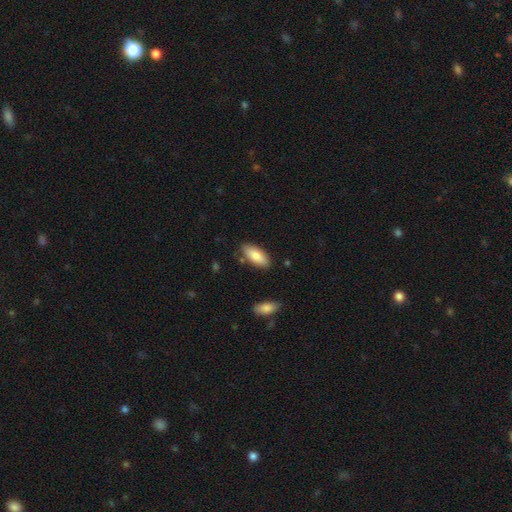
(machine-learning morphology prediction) This appears to be a smooth galaxy with no disk features (84%) that is in between round and cigar-shaped (84%). Merging: none (81%).